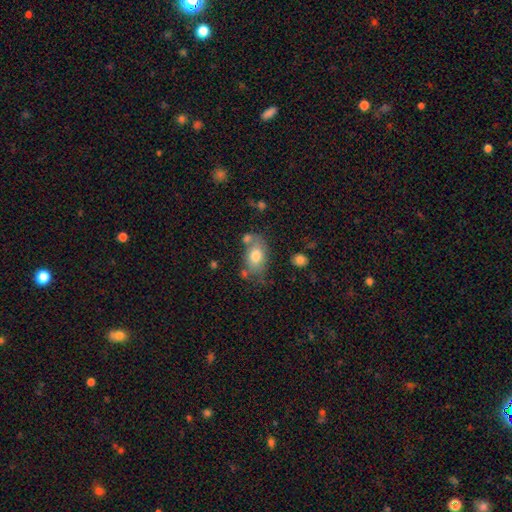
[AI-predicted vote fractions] Smooth or featured? smooth (75%)
How rounded? in between (83%)
Merging? none (56%)